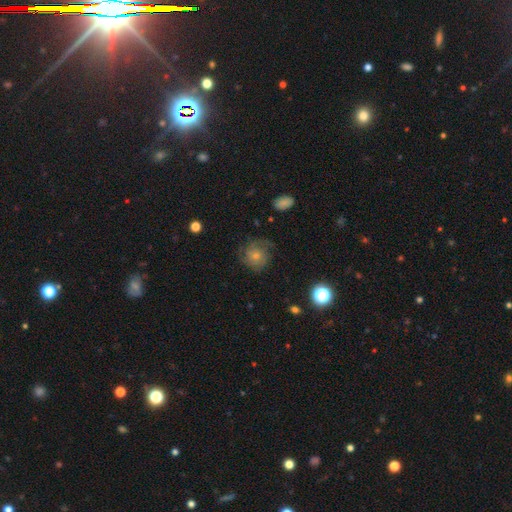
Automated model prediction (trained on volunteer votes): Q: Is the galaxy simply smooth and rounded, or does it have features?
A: featured or disk — 48%.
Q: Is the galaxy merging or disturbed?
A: none — 65%.